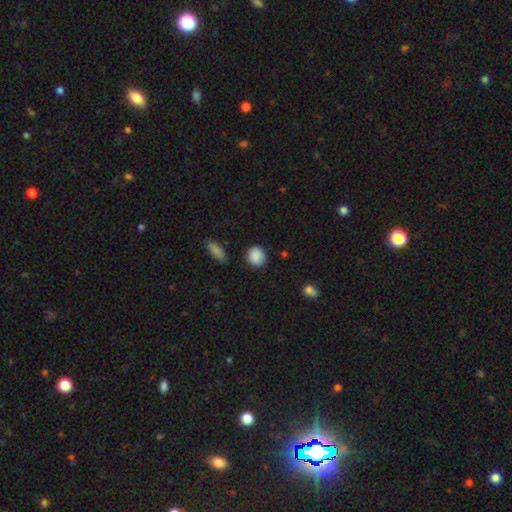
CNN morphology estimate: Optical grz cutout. It shows a smooth galaxy with no disk features (88%) that is round (78%). Merging: none (79%).